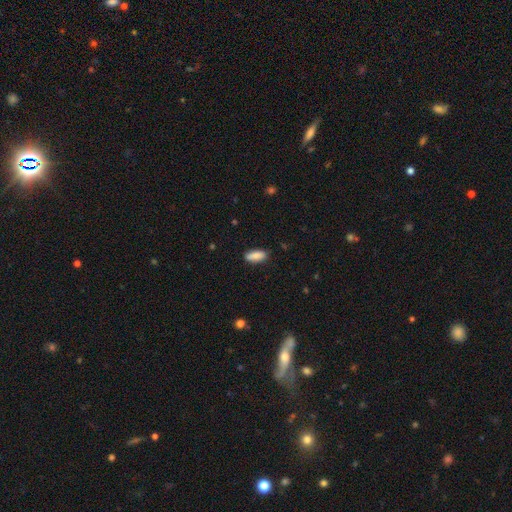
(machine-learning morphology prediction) This is clearly a smooth galaxy (87%). How rounded: likely in between (77%). Merging: clearly none (85%).